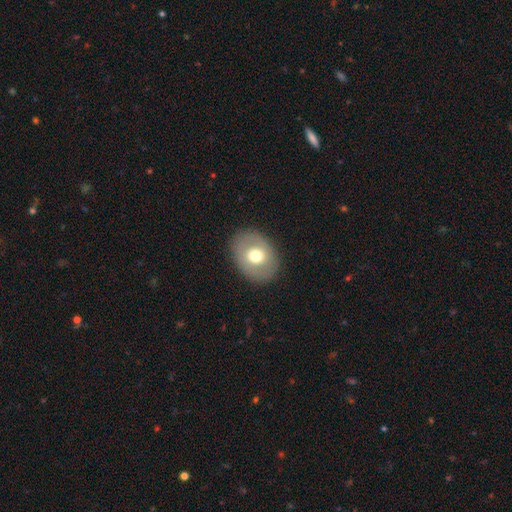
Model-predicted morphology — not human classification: This appears to be a smooth galaxy with no disk features (60%) that is in between round and cigar-shaped (57%). Merging: none (86%).